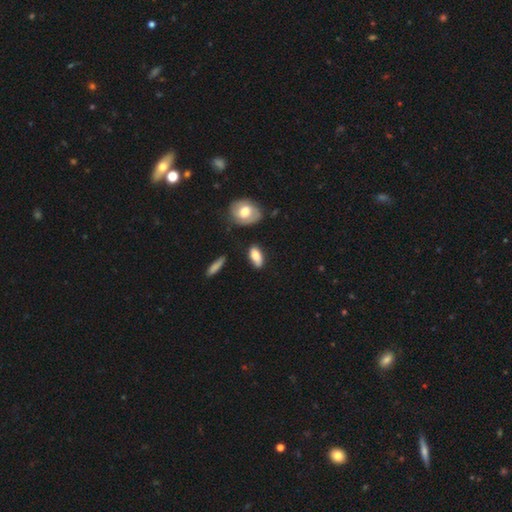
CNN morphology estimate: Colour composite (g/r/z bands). It shows a smooth galaxy with no disk features (80%) that is in between round and cigar-shaped (84%). Merging: none (74%).